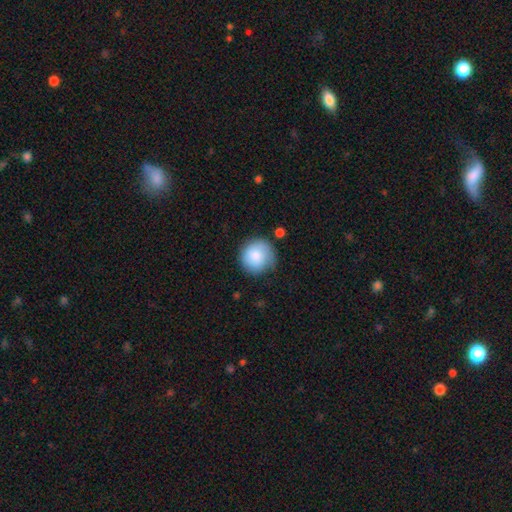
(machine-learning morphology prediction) Smooth or featured? Predicted: smooth (p=0.84). How rounded? Predicted: round (p=0.92). Merging? Predicted: none (p=0.71).